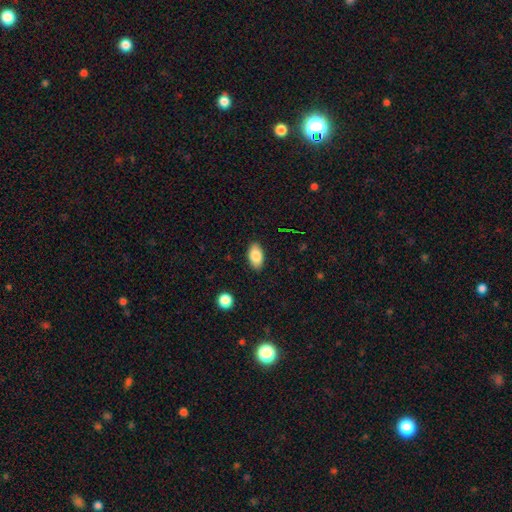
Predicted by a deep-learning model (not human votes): Smooth or featured?
  - smooth: 85% *
  - featured or disk: 8%
  - star or artifact: 7%
How rounded?
  - in between: 93% *
  - round: 4%
  - cigar-shaped: 2%
Merging?
  - none: 88% *
  - minor disturbance: 9%
  - major disturbance: 2%
  - merger: 1%